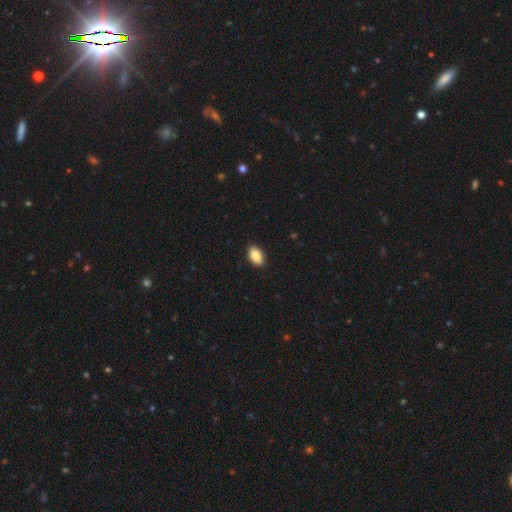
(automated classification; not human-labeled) Q: Smooth or featured?
A: smooth (88%); runner-up: star or artifact (7%)
Q: How rounded?
A: in between (92%); runner-up: round (7%)
Q: Merging?
A: none (91%); runner-up: minor disturbance (7%)